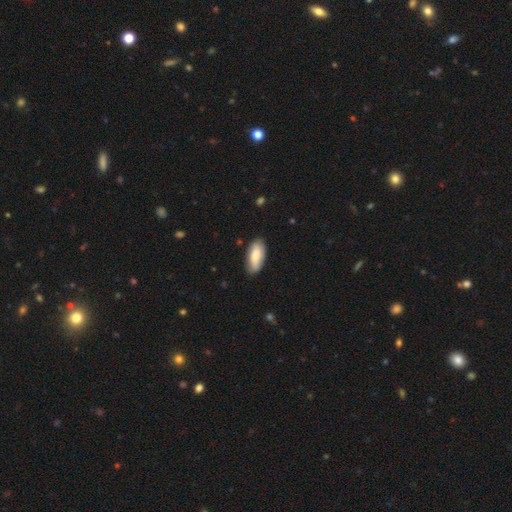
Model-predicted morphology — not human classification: A smooth galaxy with no disk features (78%) that is in between round and cigar-shaped (88%). Merging: none (83%).